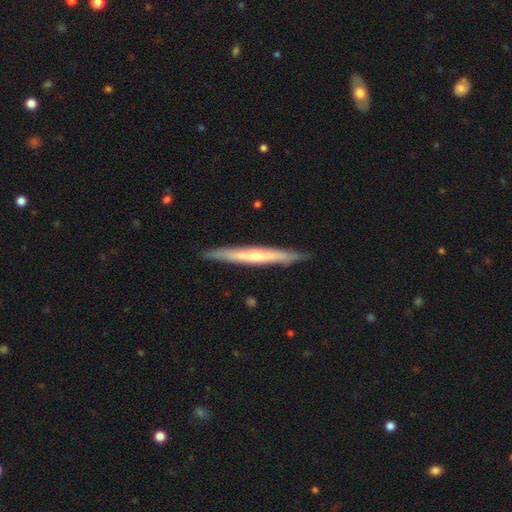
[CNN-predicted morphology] Smooth or featured? featured or disk (60%)
Edge-on disk? yes (94%)
Edge-on bulge? rounded (58%)
Merging? none (90%)